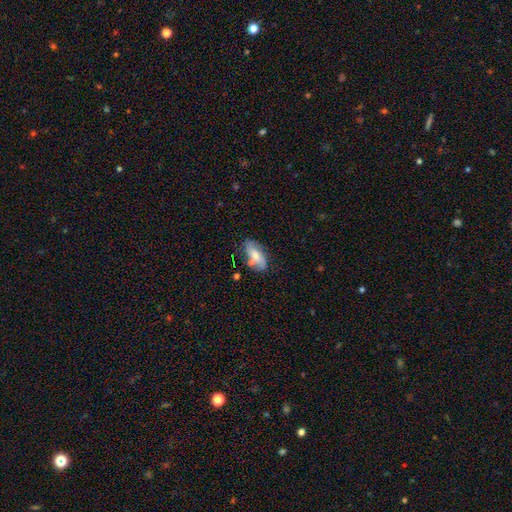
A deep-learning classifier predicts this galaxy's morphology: A smooth galaxy with no disk features (59%) that is in between round and cigar-shaped (82%). Merging: none (62%).